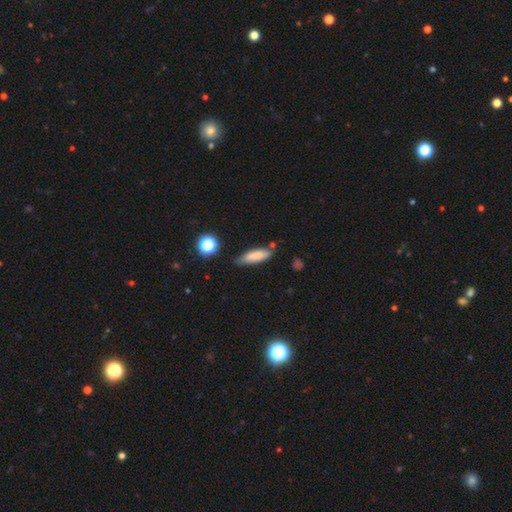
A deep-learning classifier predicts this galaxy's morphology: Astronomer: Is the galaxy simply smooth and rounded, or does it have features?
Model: smooth — 80%.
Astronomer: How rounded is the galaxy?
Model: cigar-shaped — 57% (runner-up: in between, 41%).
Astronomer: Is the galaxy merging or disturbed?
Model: none — 70%.